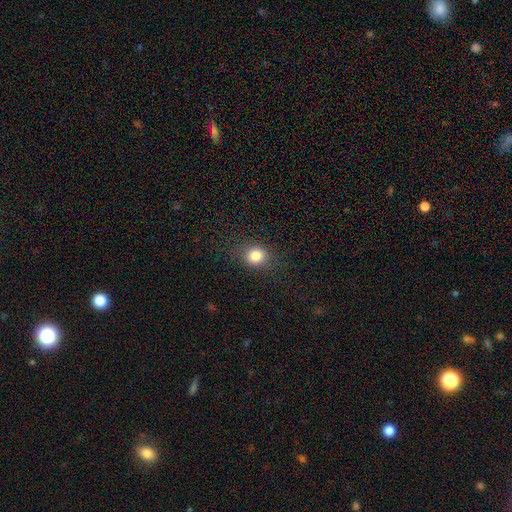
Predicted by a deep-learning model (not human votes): Smooth or featured? Predicted: smooth (p=0.82). How rounded? Predicted: round (p=0.72). Merging? Predicted: none (p=0.84).